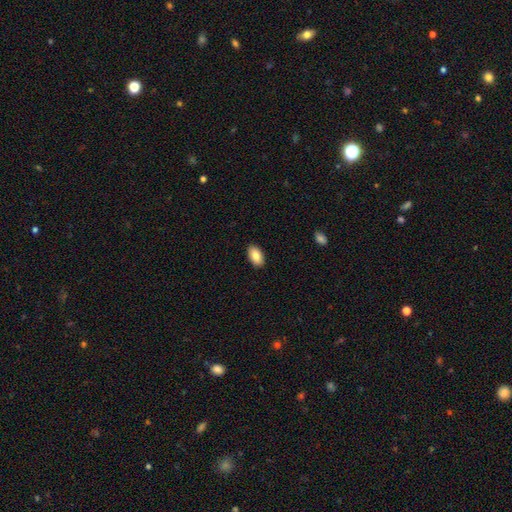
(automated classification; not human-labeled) A smooth galaxy with no disk features (85%) that is in between round and cigar-shaped (94%).

Vote fractions:
- Smooth or featured? smooth: 85% / featured or disk: 9% / star or artifact: 7%
- How rounded? in between: 94% / round: 5% / cigar-shaped: 2%
- Merging? none: 90% / minor disturbance: 7% / major disturbance: 2% / merger: 1%